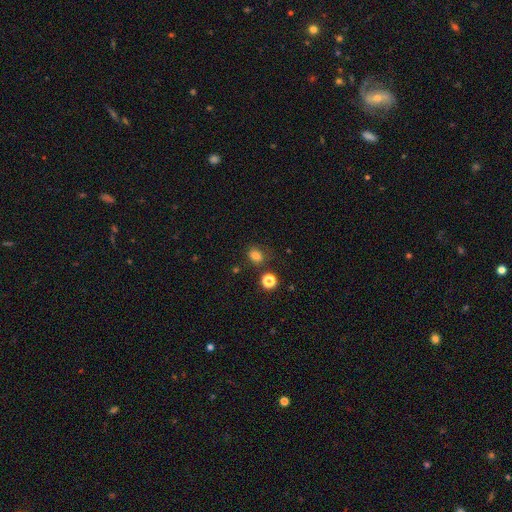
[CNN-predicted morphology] Smooth or featured? Predicted: smooth (p=0.81). How rounded? Predicted: in between (p=0.53). Merging? Predicted: none (p=0.75).